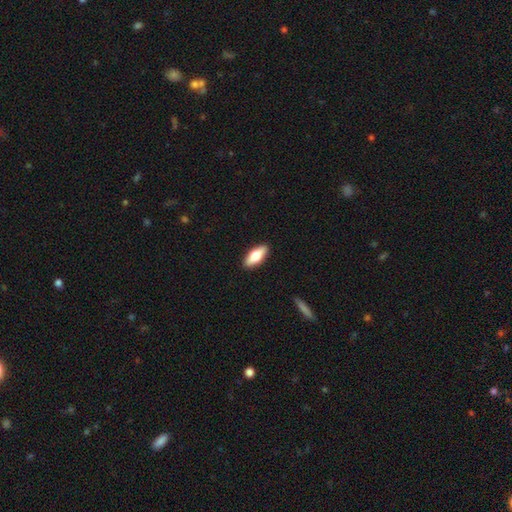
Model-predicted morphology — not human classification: This appears to be a smooth galaxy with no disk features (68%) that is in between round and cigar-shaped (73%). Merging: none (90%).